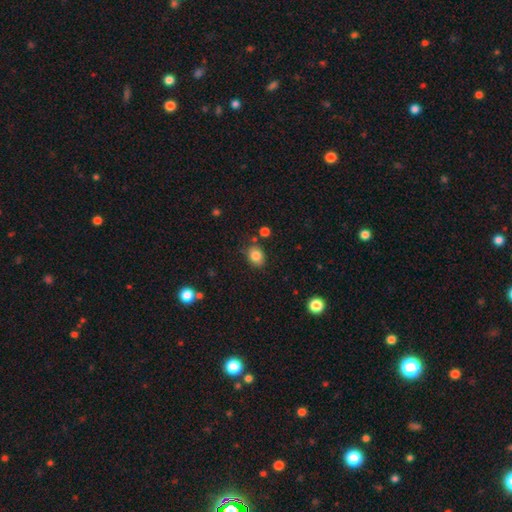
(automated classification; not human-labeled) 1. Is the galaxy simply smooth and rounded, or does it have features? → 83% smooth, 10% star or artifact, 7% featured or disk.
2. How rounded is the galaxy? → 58% in between, 41% round, 1% cigar-shaped.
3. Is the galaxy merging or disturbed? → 78% none, 14% minor disturbance, 5% merger, 3% major disturbance.